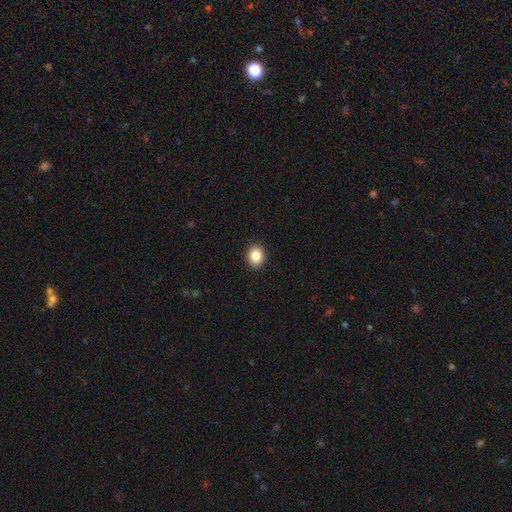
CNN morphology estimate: This is clearly a smooth galaxy (85%). How rounded: possibly round (51%). Merging: clearly none (92%).